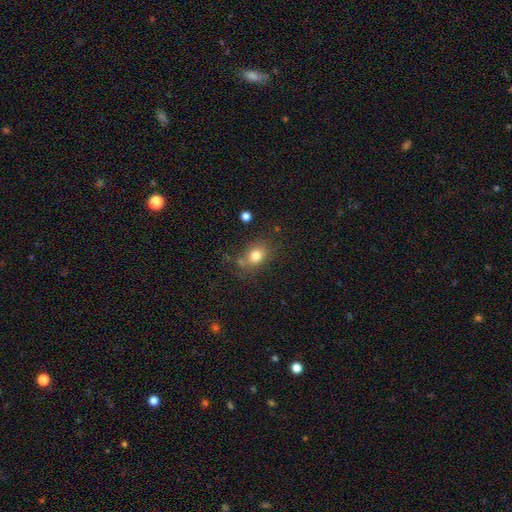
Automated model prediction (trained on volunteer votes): A smooth galaxy with no disk features (79%) that is in between round and cigar-shaped (56%).

Vote fractions:
- Smooth or featured? smooth: 79% / star or artifact: 11% / featured or disk: 10%
- How rounded? in between: 56% / round: 43% / cigar-shaped: 1%
- Merging? none: 68% / minor disturbance: 17% / merger: 8% / major disturbance: 6%